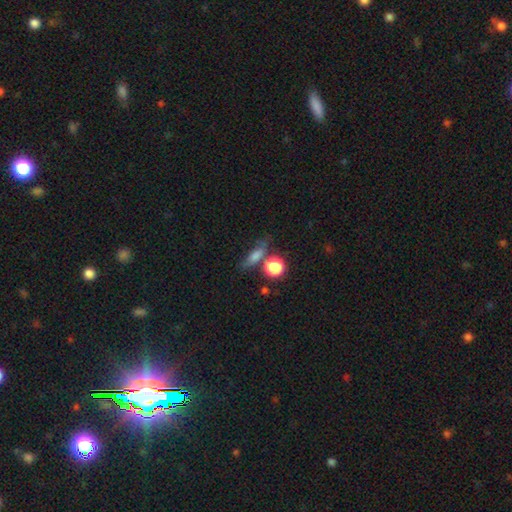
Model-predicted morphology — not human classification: type=smooth (69%); roundness=in between (43%); merging=none (56%).